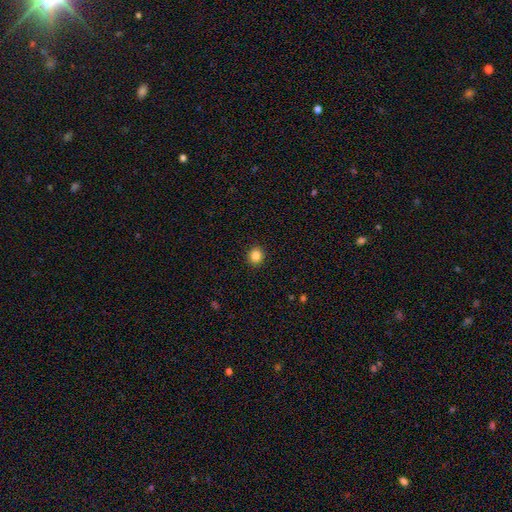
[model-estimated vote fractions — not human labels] The model was most divided on "smooth or featured": smooth: 85%, star or artifact: 11%, featured or disk: 4%. More confident: merging — none (93%); how rounded — round (87%).